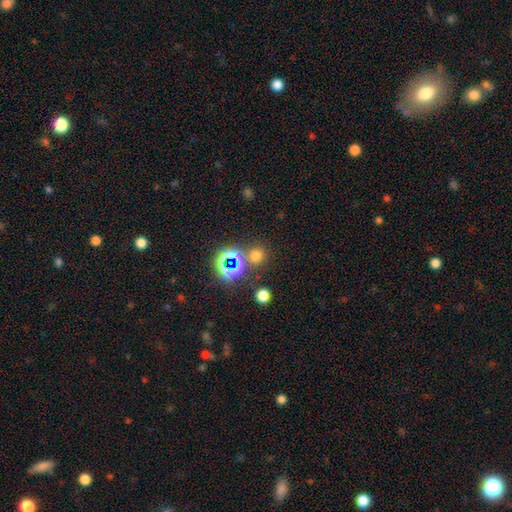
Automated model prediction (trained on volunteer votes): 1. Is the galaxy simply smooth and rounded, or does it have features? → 61% smooth, 33% star or artifact, 6% featured or disk.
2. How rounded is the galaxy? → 87% round, 12% in between, 1% cigar-shaped.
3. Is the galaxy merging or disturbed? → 76% none, 13% merger, 8% minor disturbance, 4% major disturbance.